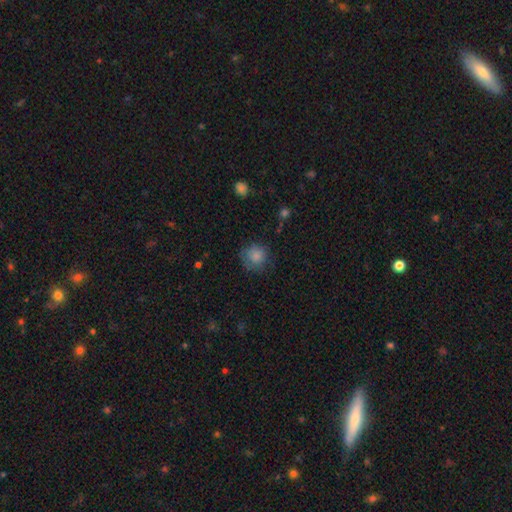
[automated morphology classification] A smooth galaxy with no disk features (83%) that is round (89%).

Vote fractions:
- Smooth or featured? smooth: 83% / star or artifact: 10% / featured or disk: 8%
- How rounded? round: 89% / in between: 10% / cigar-shaped: 1%
- Merging? none: 71% / minor disturbance: 20% / major disturbance: 8% / merger: 1%